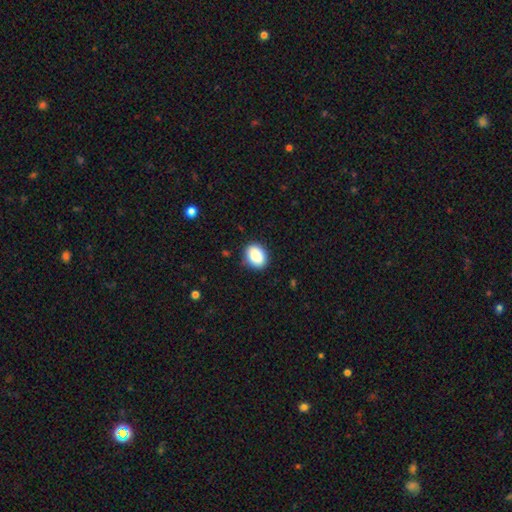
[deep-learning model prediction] smooth 88%, star or artifact 8%, featured or disk 5%. Down the decision tree: how rounded — in between (62%); merging — none (85%).